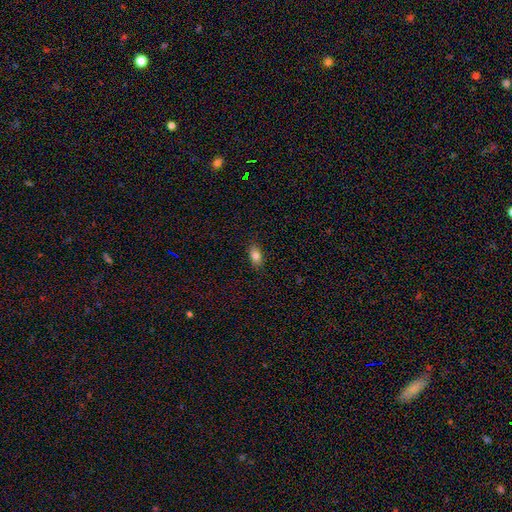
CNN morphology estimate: This appears to be a smooth galaxy with no disk features (82%) that is in between round and cigar-shaped (88%). Merging: none (87%).